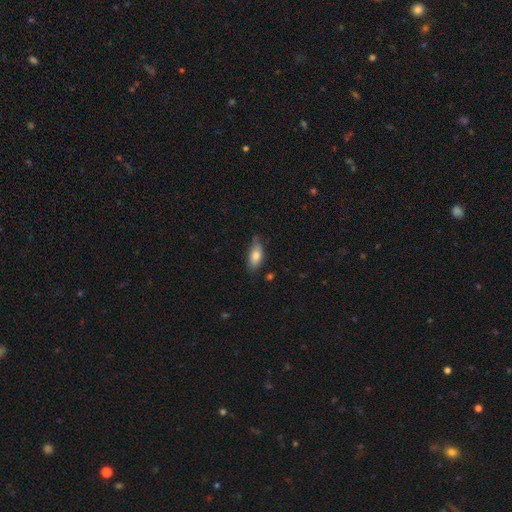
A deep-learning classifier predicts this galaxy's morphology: This is likely a smooth galaxy (79%). How rounded: clearly in between (84%). Merging: likely none (65%).